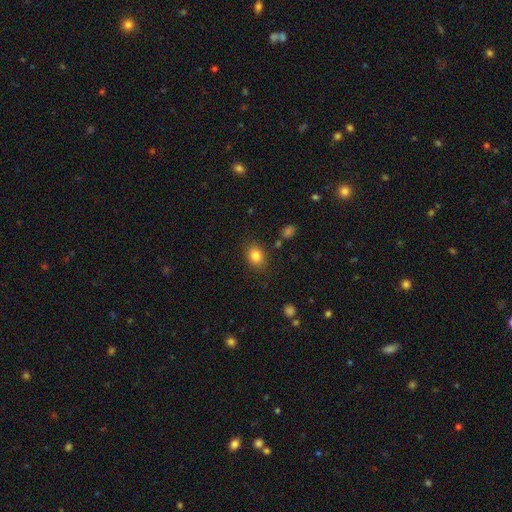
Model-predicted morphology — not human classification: Smooth or featured? Predicted: smooth (p=0.83). How rounded? Predicted: in between (p=0.52). Merging? Predicted: none (p=0.84).